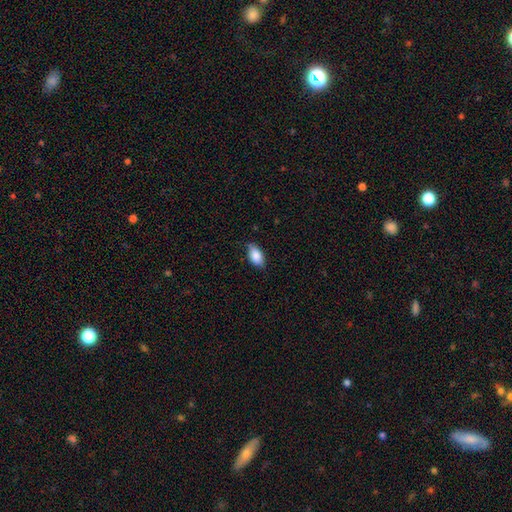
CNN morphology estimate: The model was most divided on "merging": none: 77%, minor disturbance: 19%, major disturbance: 3%, merger: 1%. More confident: how rounded — in between (93%); smooth or featured — smooth (86%).